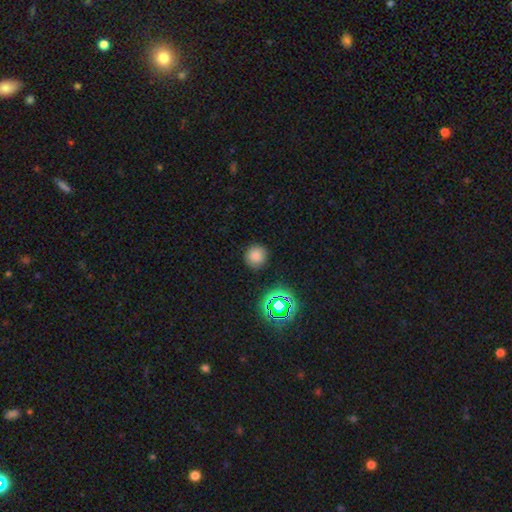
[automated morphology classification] This appears to be a smooth galaxy with no disk features (76%) that is round (93%). Merging: none (88%).